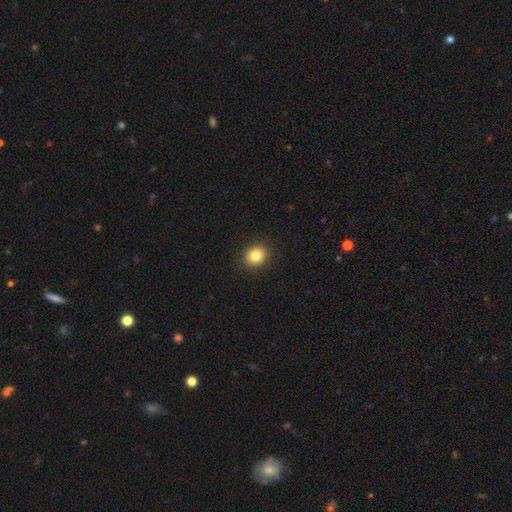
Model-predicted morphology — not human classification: Smooth or featured? Predicted: smooth (p=0.84). How rounded? Predicted: round (p=0.75). Merging? Predicted: none (p=0.91).